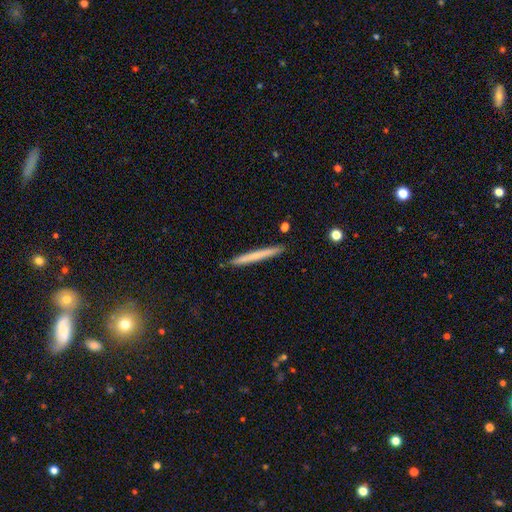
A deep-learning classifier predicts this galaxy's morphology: Q: Smooth or featured?
A: smooth (62%); runner-up: featured or disk (32%)
Q: How rounded?
A: cigar-shaped (97%); runner-up: in between (2%)
Q: Merging?
A: none (91%); runner-up: minor disturbance (7%)